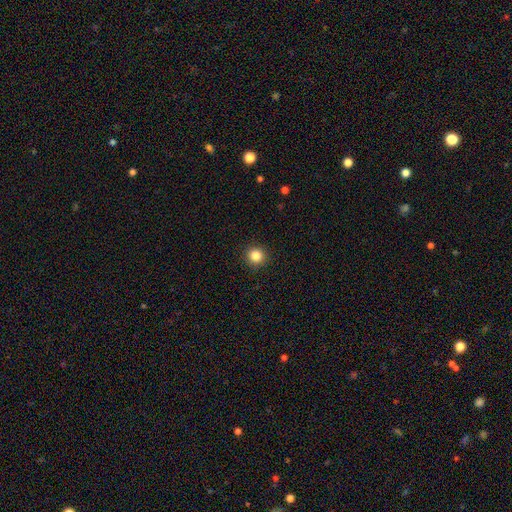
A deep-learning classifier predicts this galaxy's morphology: This is clearly a smooth galaxy (84%). How rounded: clearly round (94%). Merging: clearly none (92%).